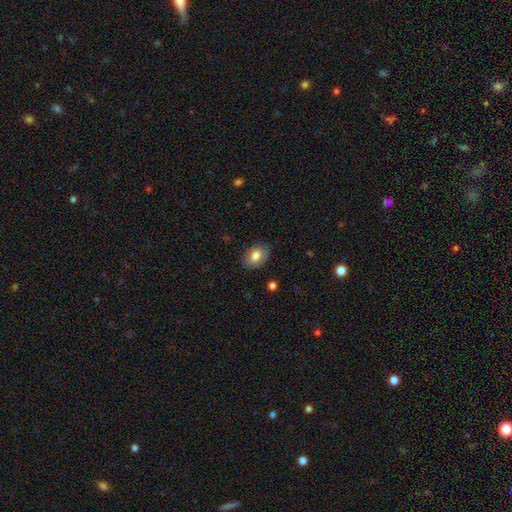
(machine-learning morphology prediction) Smooth or featured? smooth (76%)
How rounded? in between (78%)
Merging? none (84%)